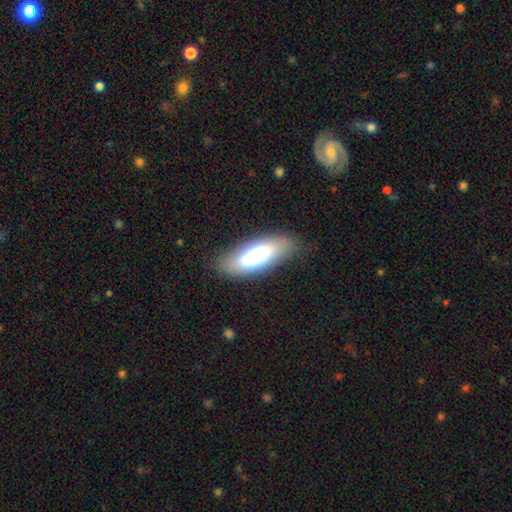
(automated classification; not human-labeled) Morphology: type=smooth (74%); roundness=in between (69%); merging=none (82%).